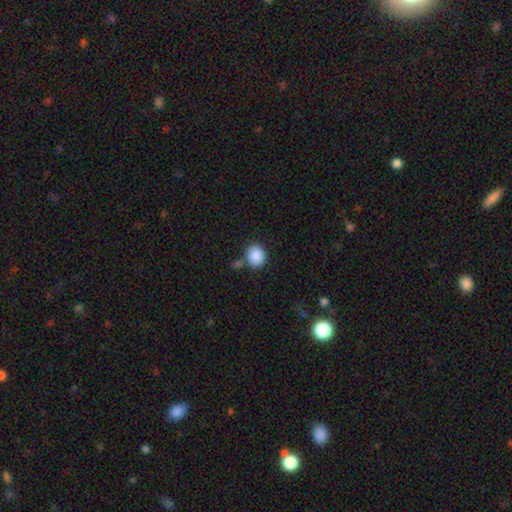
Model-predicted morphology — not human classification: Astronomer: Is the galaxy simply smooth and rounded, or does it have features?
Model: smooth — 89%.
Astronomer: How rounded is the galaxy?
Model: round — 65%.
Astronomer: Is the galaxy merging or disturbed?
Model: none — 68%.